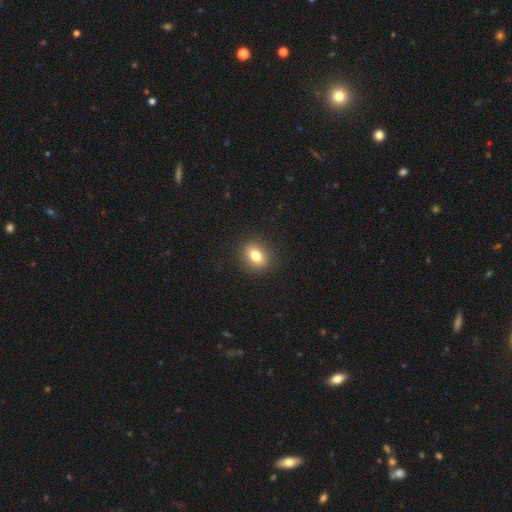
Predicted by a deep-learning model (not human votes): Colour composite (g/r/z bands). It shows a smooth galaxy with no disk features (80%) that is in between round and cigar-shaped (58%). Merging: none (90%).